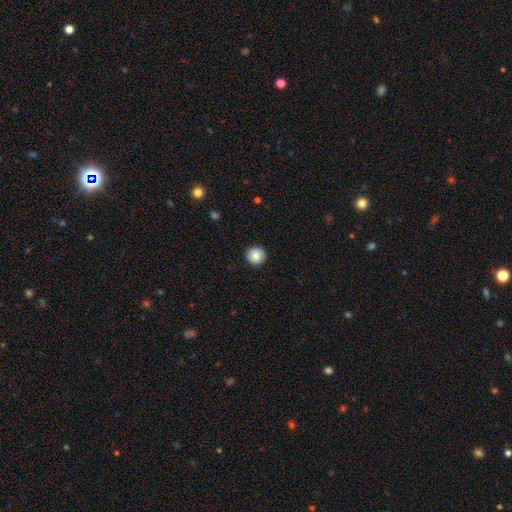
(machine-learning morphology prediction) A smooth galaxy with no disk features (84%) that is round (92%). Merging: none (91%).